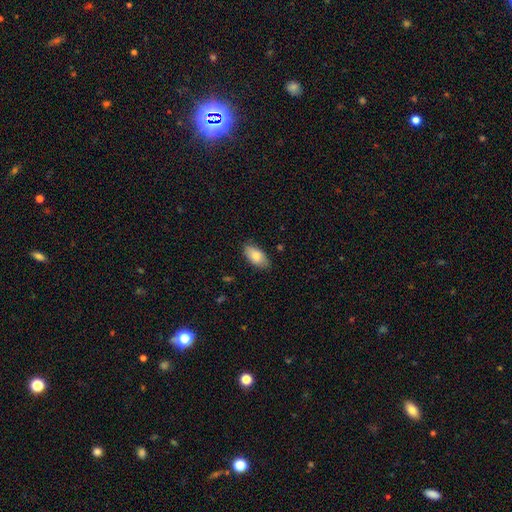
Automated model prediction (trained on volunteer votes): A smooth galaxy with no disk features (83%) that is in between round and cigar-shaped (93%).

Vote fractions:
- Smooth or featured? smooth: 83% / featured or disk: 11% / star or artifact: 6%
- How rounded? in between: 93% / cigar-shaped: 4% / round: 3%
- Merging? none: 83% / minor disturbance: 14% / major disturbance: 2% / merger: 1%